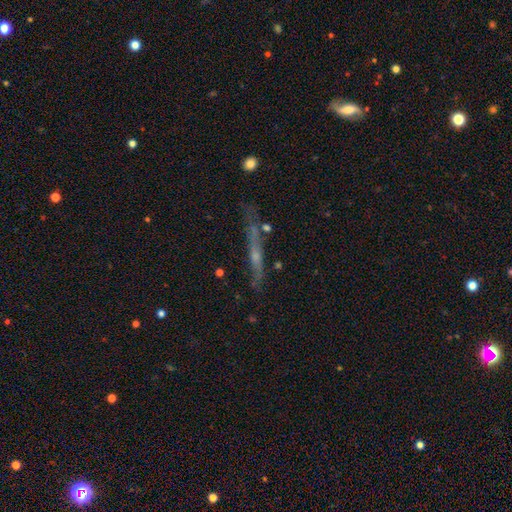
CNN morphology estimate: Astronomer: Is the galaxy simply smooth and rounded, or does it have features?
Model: featured or disk — 63%.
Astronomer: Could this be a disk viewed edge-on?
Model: yes — 88%.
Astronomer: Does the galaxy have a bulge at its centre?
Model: rounded — 57% (runner-up: none, 36%).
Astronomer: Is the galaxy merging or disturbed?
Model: none — 67%.